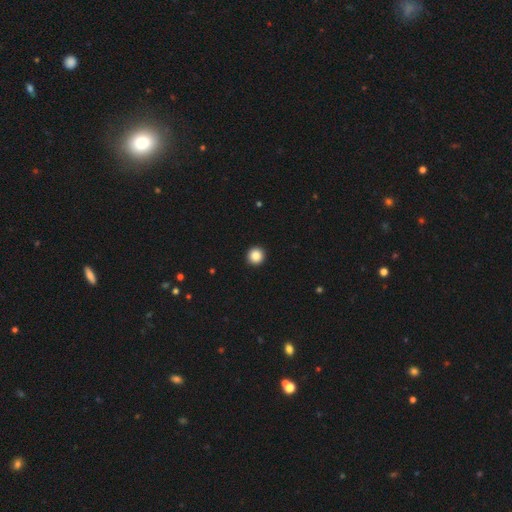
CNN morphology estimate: A smooth galaxy with no disk features (86%) that is round (96%). Merging: none (94%).